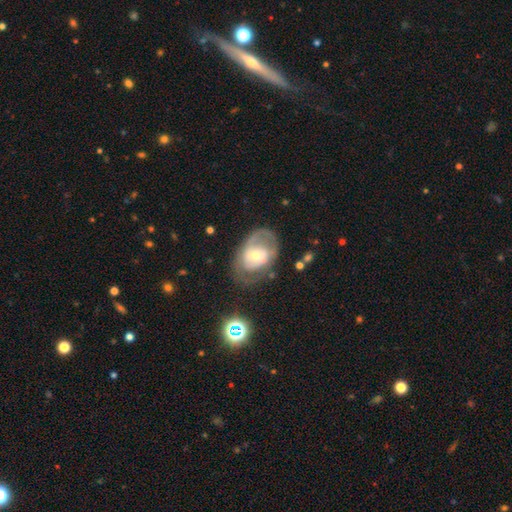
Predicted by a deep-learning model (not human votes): smooth-or-featured: featured or disk: 63% | smooth: 30% | star or artifact: 7%
  disk-edge-on: no: 95% | yes: 5%
    bar: no: 69% | weak: 24% | strong: 7%
    has-spiral-arms: yes: 54% | no: 46%
    bulge-size: moderate: 54% | small: 39% | large: 5% | none: 1% | dominant: 1%
  merging: none: 51% | minor disturbance: 25% | major disturbance: 20% | merger: 3%